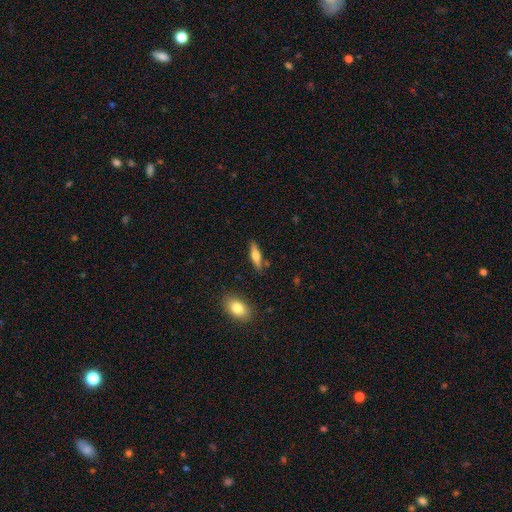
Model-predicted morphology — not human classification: Smooth or featured?
  - smooth: 53% *
  - featured or disk: 40%
  - star or artifact: 7%
How rounded?
  - cigar-shaped: 63% *
  - in between: 34%
  - round: 3%
Merging?
  - none: 83% *
  - minor disturbance: 11%
  - merger: 4%
  - major disturbance: 3%